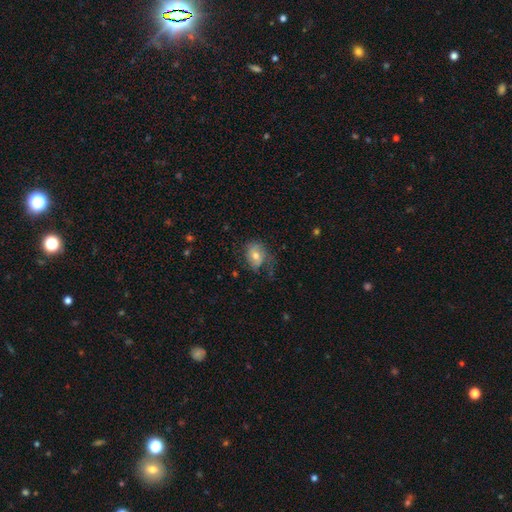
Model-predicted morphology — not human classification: smooth-or-featured: smooth: 63% | featured or disk: 28% | star or artifact: 9%
  how-rounded: in between: 61% | round: 38% | cigar-shaped: 1%
  merging: none: 50% | minor disturbance: 29% | major disturbance: 20% | merger: 2%